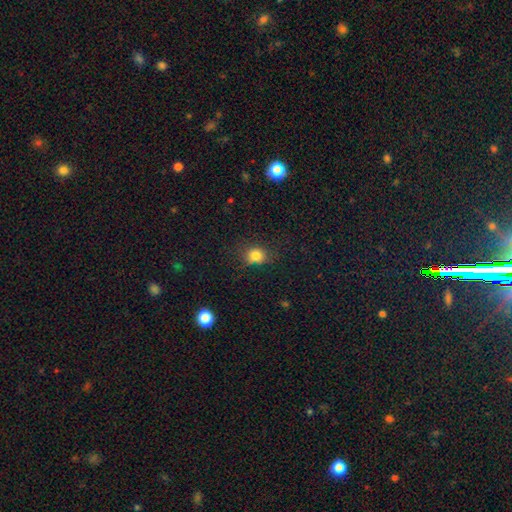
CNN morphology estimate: type=smooth (80%); roundness=round (70%); merging=none (76%).